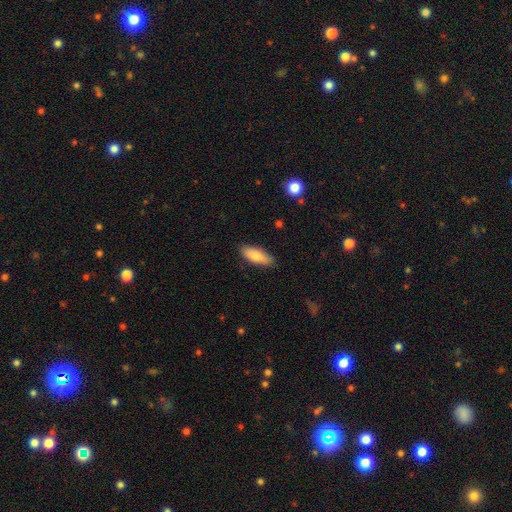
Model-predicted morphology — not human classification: Smooth or featured? smooth (82%)
How rounded? in between (71%)
Merging? none (85%)